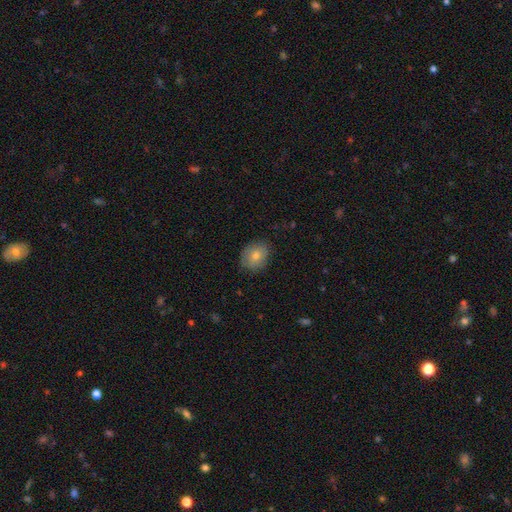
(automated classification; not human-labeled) This appears to be a smooth galaxy with no disk features (71%) that is round (50%). Merging: none (82%).